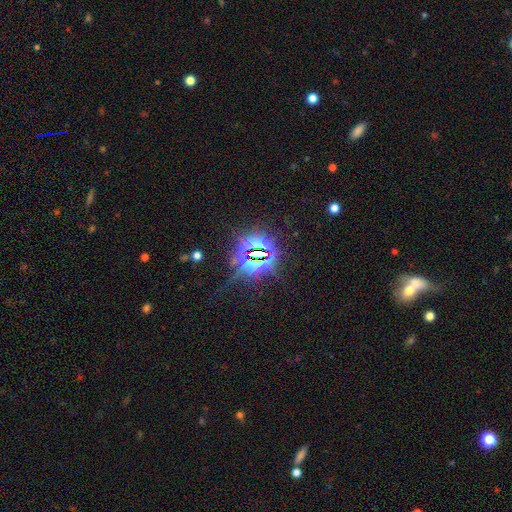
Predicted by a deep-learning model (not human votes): Q: Smooth or featured?
A: star or artifact (83%); runner-up: smooth (9%)